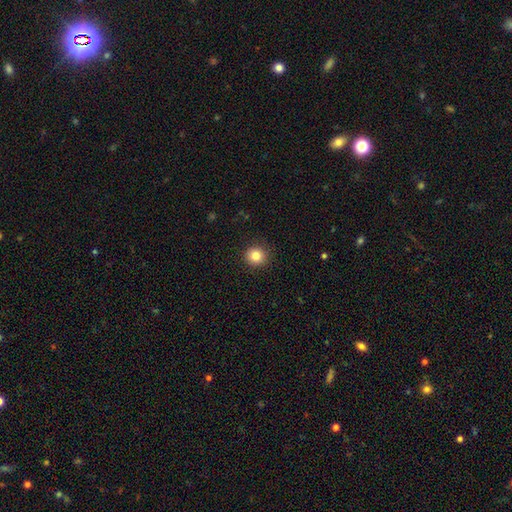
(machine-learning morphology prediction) A smooth galaxy with no disk features (84%) that is round (92%).

Vote fractions:
- Smooth or featured? smooth: 84% / star or artifact: 11% / featured or disk: 6%
- How rounded? round: 92% / in between: 7% / cigar-shaped: 1%
- Merging? none: 91% / minor disturbance: 6% / major disturbance: 2% / merger: 1%